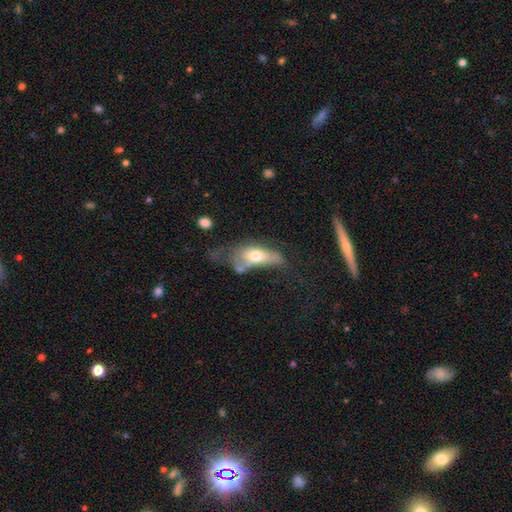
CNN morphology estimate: Smooth or featured: smooth — 55% (featured or disk — 37%)
How rounded: in between — 78% (cigar-shaped — 15%)
Merging: major disturbance — 45% (minor disturbance — 19%)